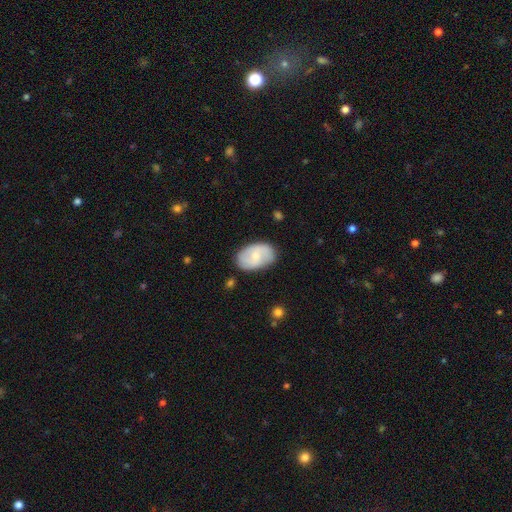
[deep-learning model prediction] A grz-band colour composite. It shows a smooth galaxy with no disk features (53%) that is in between round and cigar-shaped (89%). Merging: none (78%).